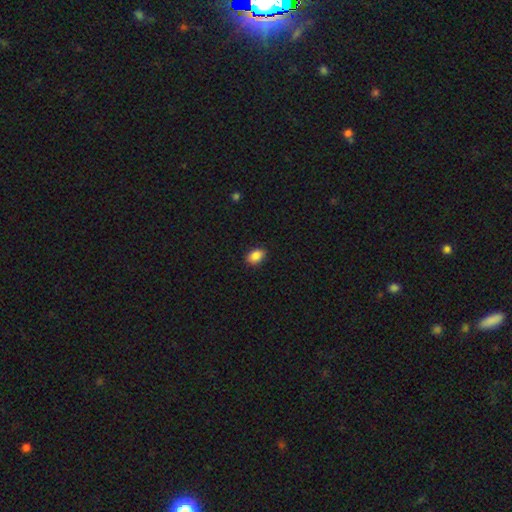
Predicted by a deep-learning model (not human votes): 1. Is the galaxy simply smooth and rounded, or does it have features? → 88% smooth, 8% star or artifact, 4% featured or disk.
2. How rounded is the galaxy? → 83% in between, 16% round, 1% cigar-shaped.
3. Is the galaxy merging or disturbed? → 88% none, 9% minor disturbance, 2% major disturbance, 1% merger.